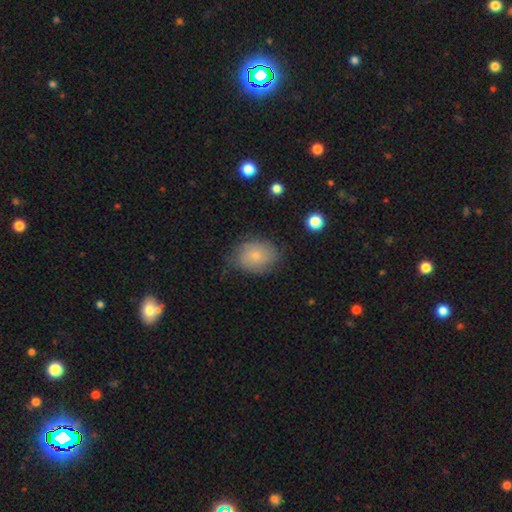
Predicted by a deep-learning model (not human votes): smooth 63%, featured or disk 29%, star or artifact 8%. Down the decision tree: how rounded — in between (61%); merging — none (71%).